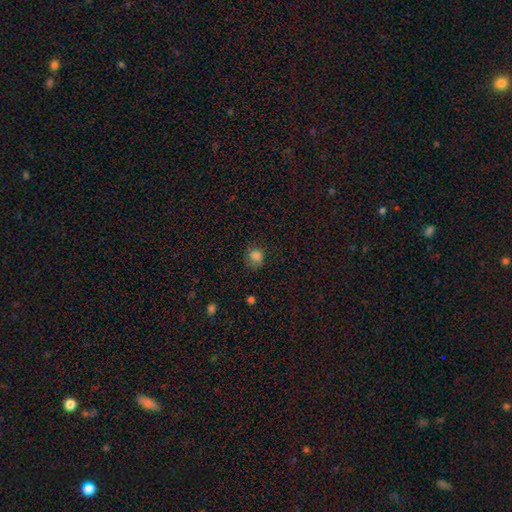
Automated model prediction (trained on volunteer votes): Overall: smooth (81%). How rounded: round (69%; in between 30%). Merging: none (62%; minor disturbance 26%).